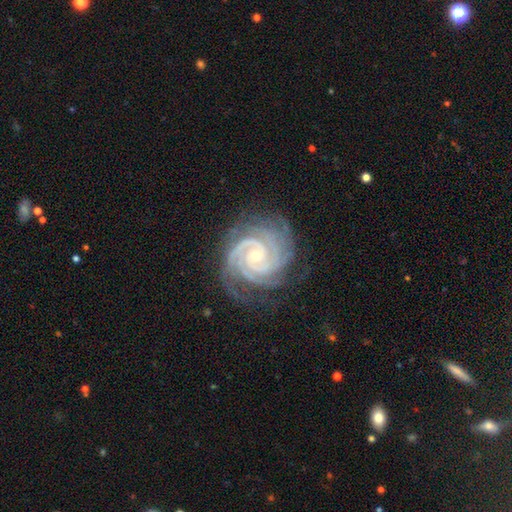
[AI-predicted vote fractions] Q: Smooth or featured?
A: featured or disk (93%); runner-up: star or artifact (5%)
Q: Edge-on disk?
A: no (98%); runner-up: yes (2%)
Q: Bar?
A: no (65%); runner-up: weak (24%)
Q: Spiral arms?
A: yes (99%); runner-up: no (1%)
Q: Spiral winding?
A: tight (81%); runner-up: medium (17%)
Q: Spiral arm count?
A: 3 (31%); runner-up: 4 (24%)
Q: Bulge size?
A: small (71%); runner-up: moderate (26%)
Q: Merging?
A: none (77%); runner-up: minor disturbance (16%)